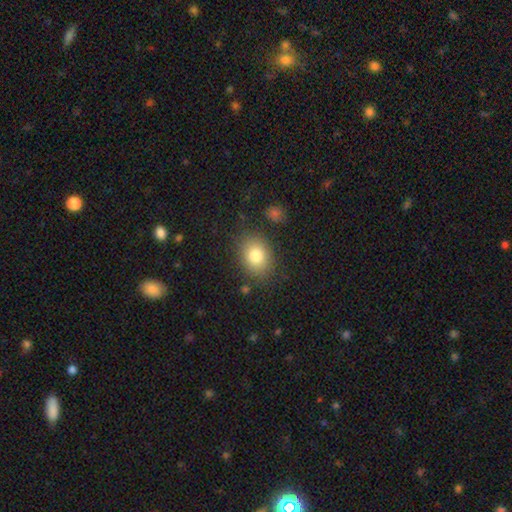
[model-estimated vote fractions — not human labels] Smooth or featured?
  - smooth: 81% *
  - star or artifact: 10%
  - featured or disk: 10%
How rounded?
  - in between: 53% *
  - round: 46%
  - cigar-shaped: 1%
Merging?
  - none: 83% *
  - minor disturbance: 11%
  - major disturbance: 4%
  - merger: 3%